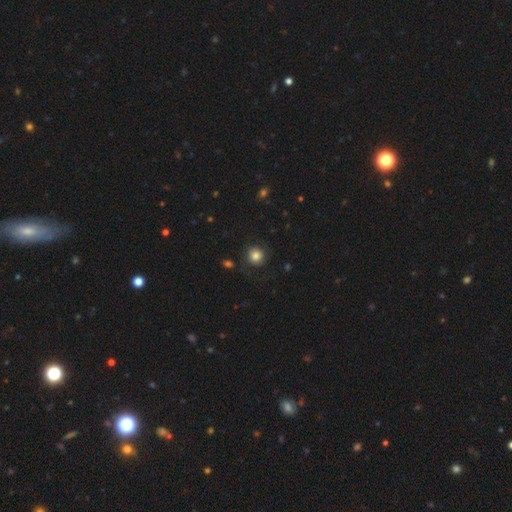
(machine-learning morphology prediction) A smooth galaxy with no disk features (80%) that is round (93%). Merging: none (81%).